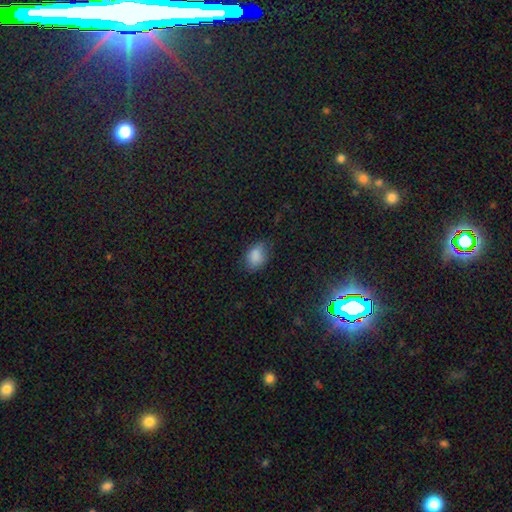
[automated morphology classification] Overall: smooth (86%). How rounded: in between (71%). Merging: none (67%).